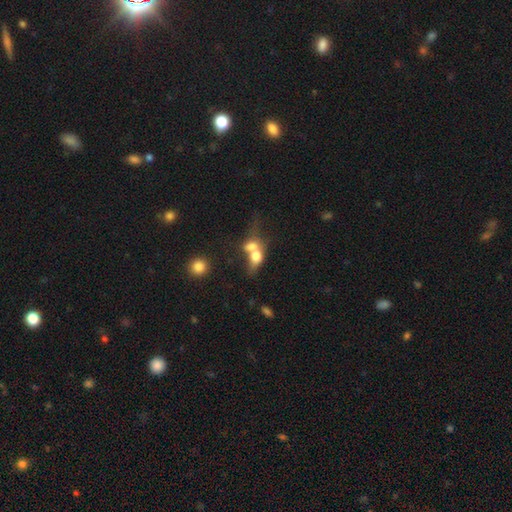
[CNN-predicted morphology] A smooth galaxy with no disk features (65%) that is in between round and cigar-shaped (59%).

Vote fractions:
- Smooth or featured? smooth: 65% / featured or disk: 25% / star or artifact: 10%
- How rounded? in between: 59% / round: 35% / cigar-shaped: 6%
- Merging? merger: 73% / none: 13% / major disturbance: 8% / minor disturbance: 6%